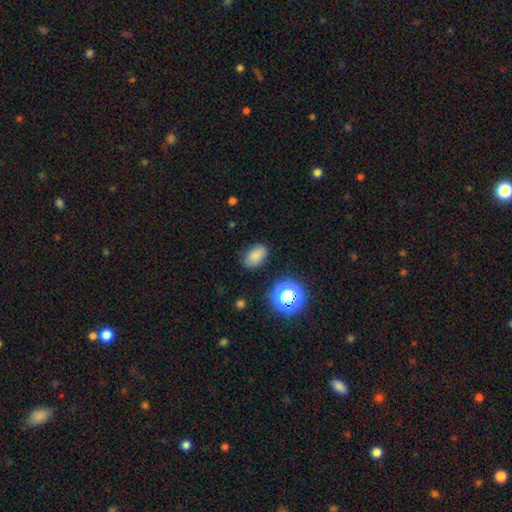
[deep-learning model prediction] The model was most divided on "smooth or featured": smooth: 79%, star or artifact: 14%, featured or disk: 7%. More confident: how rounded — in between (85%); merging — none (81%).